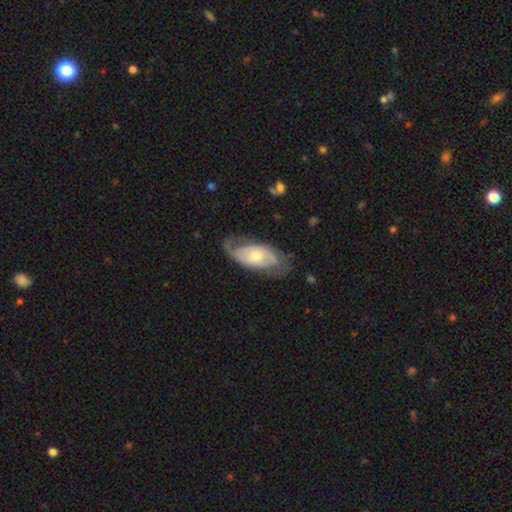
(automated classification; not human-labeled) Morphology: type=featured or disk (68%); edge-on=no (91%); bar=no (70%); spiral arms=yes (79%); bulge=moderate (58%); merging=none (57%).